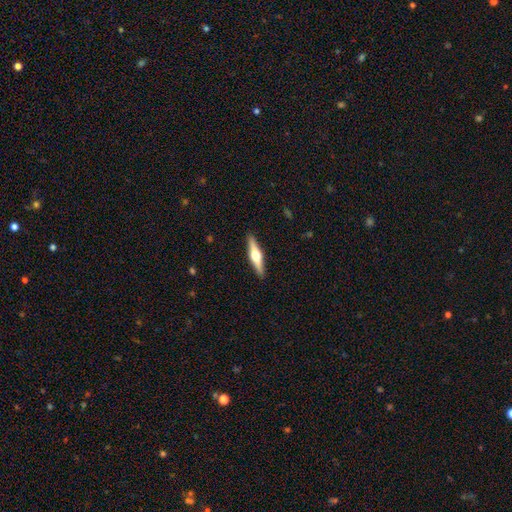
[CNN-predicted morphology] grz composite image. It shows a featured or disk galaxy (67%) viewed edge-on (97%) with a rounded central bulge (95%). Merging: none (91%).